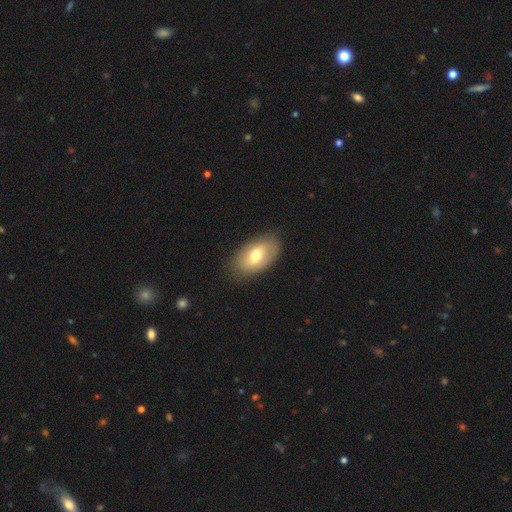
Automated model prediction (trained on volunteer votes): Smooth or featured? Predicted: smooth (p=0.66). How rounded? Predicted: in between (p=0.92). Merging? Predicted: none (p=0.83).